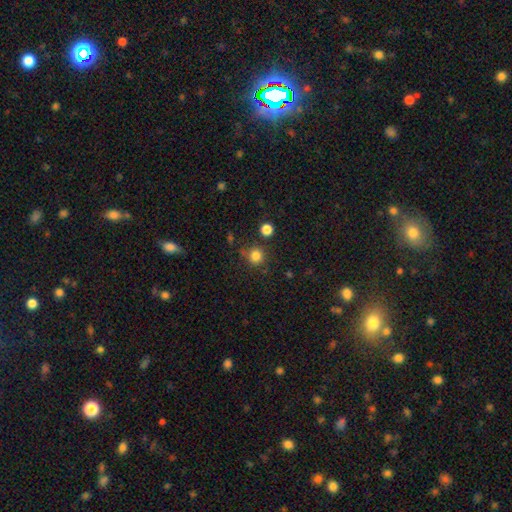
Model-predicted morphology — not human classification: Q: Smooth or featured?
A: smooth (82%); runner-up: star or artifact (13%)
Q: How rounded?
A: round (92%); runner-up: in between (7%)
Q: Merging?
A: none (80%); runner-up: minor disturbance (10%)